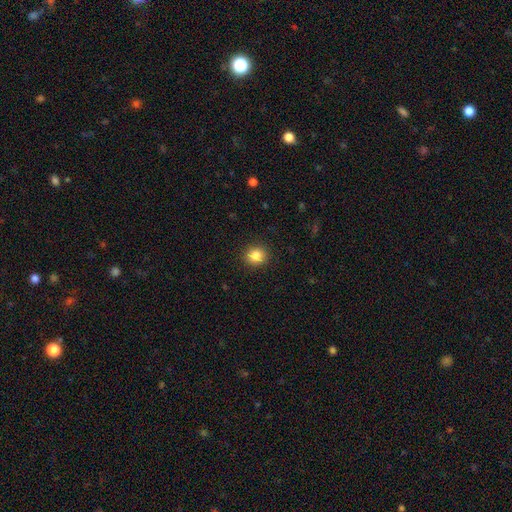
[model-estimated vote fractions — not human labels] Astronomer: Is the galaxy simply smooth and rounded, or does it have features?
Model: smooth — 85%.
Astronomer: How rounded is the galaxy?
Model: round — 81%.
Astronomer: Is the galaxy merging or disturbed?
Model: none — 91%.